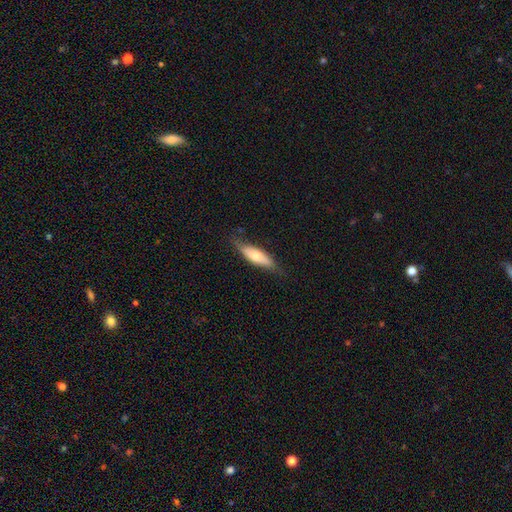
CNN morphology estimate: The model was most divided on "how rounded": in between: 50%, cigar-shaped: 48%, round: 2%. More confident: merging — none (74%); smooth or featured — smooth (58%).